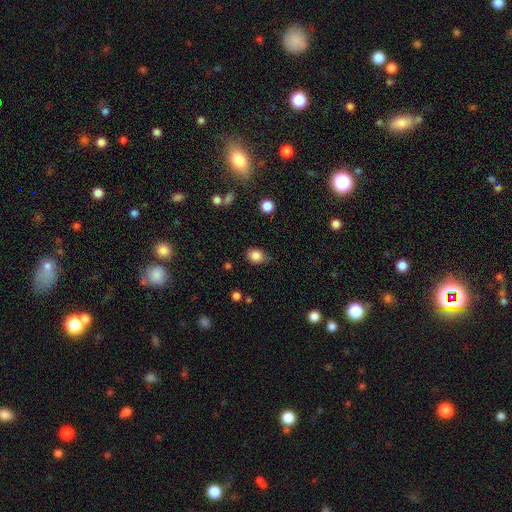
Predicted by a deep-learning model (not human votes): smooth-or-featured: smooth: 85% | star or artifact: 10% | featured or disk: 5%
  how-rounded: round: 57% | in between: 42% | cigar-shaped: 1%
  merging: none: 71% | minor disturbance: 23% | major disturbance: 5% | merger: 2%